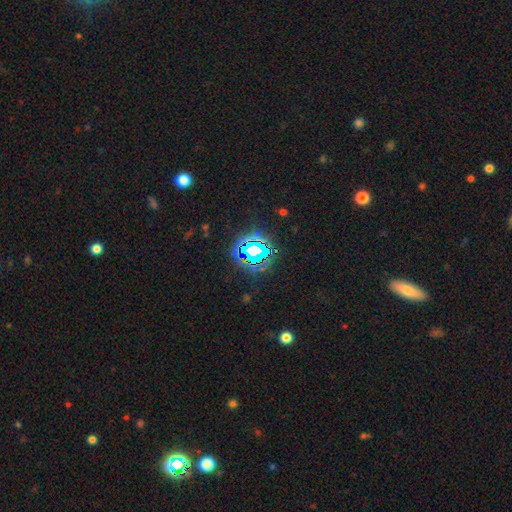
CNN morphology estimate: Smooth or featured? star or artifact (79%)